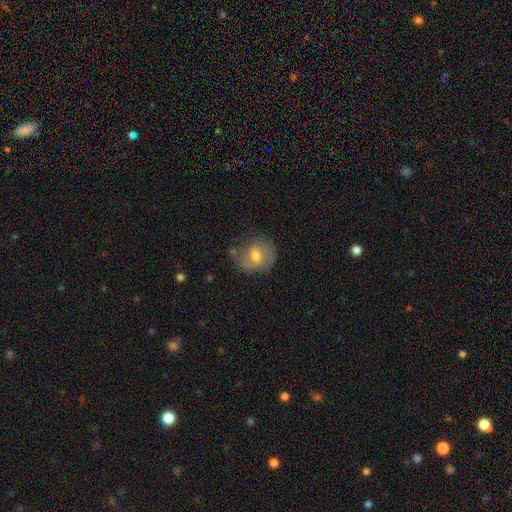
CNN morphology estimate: type=smooth (61%); roundness=round (74%); merging=none (66%).